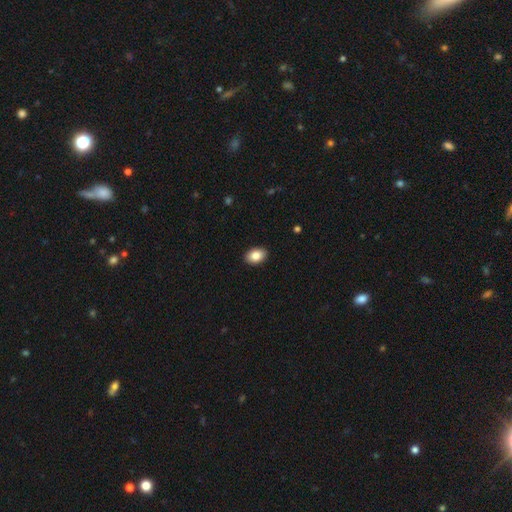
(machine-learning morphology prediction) A smooth galaxy with no disk features (86%) that is in between round and cigar-shaped (87%).

Vote fractions:
- Smooth or featured? smooth: 86% / star or artifact: 7% / featured or disk: 7%
- How rounded? in between: 87% / round: 12% / cigar-shaped: 1%
- Merging? none: 91% / minor disturbance: 7% / major disturbance: 2% / merger: 1%